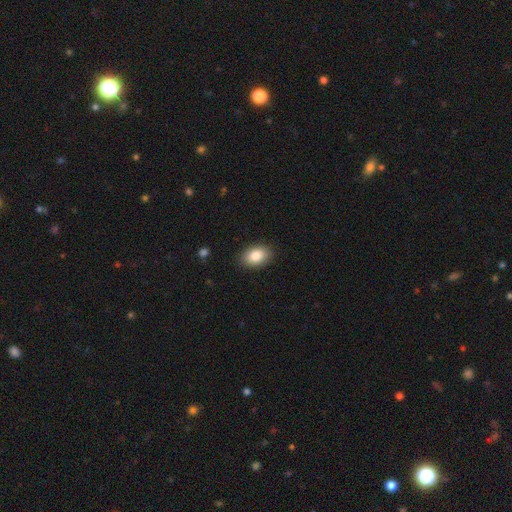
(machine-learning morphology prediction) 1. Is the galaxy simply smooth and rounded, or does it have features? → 85% smooth, 8% star or artifact, 7% featured or disk.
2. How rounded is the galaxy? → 86% in between, 13% round, 1% cigar-shaped.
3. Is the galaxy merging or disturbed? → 88% none, 8% minor disturbance, 2% major disturbance, 1% merger.